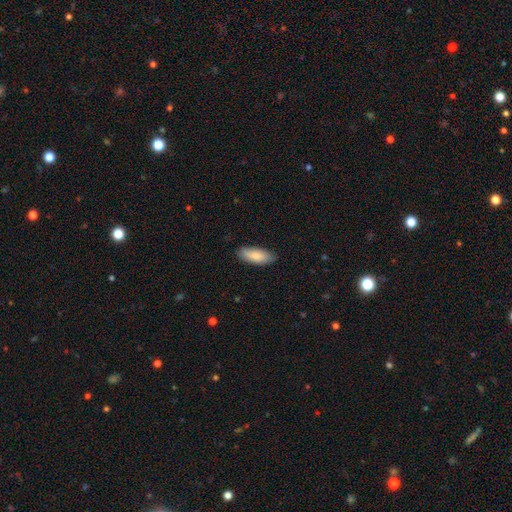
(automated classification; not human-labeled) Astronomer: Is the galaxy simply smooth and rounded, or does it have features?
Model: smooth — 86%.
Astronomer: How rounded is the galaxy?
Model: in between — 75%.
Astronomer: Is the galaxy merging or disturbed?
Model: none — 85%.